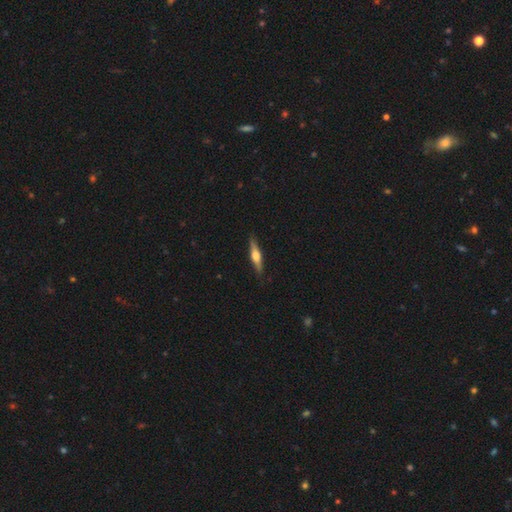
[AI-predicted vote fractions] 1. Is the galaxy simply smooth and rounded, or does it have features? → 58% featured or disk, 36% smooth, 6% star or artifact.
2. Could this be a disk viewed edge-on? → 96% yes, 4% no.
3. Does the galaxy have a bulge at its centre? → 91% rounded, 6% boxy, 3% none.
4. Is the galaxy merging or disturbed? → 88% none, 9% minor disturbance, 2% major disturbance, 1% merger.